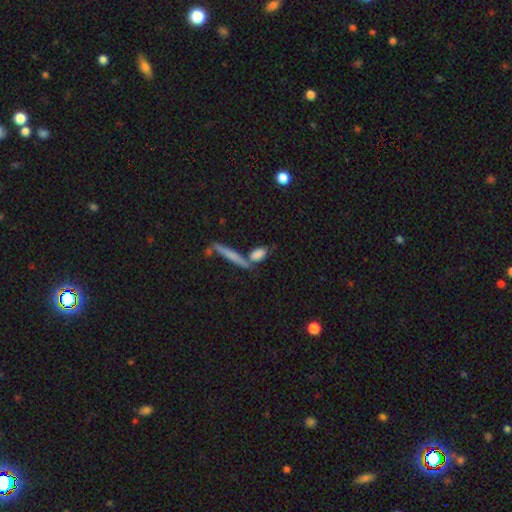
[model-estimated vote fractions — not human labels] Smooth or featured?
  - smooth: 76% *
  - featured or disk: 16%
  - star or artifact: 8%
How rounded?
  - in between: 55% *
  - cigar-shaped: 35%
  - round: 10%
Merging?
  - none: 58% *
  - merger: 24%
  - minor disturbance: 13%
  - major disturbance: 5%